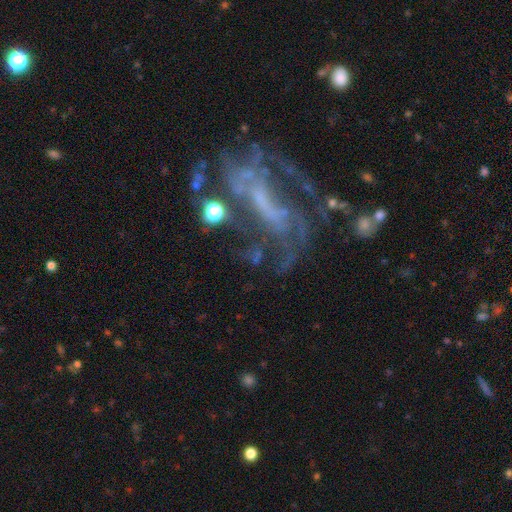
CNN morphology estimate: The model was most divided on "bar": no: 37%, weak: 35%, strong: 28%. Remaining: edge-on disk — no (94%); spiral arms — yes (72%); smooth or featured — featured or disk (67%); merging — none (46%); bulge size — none (40%).